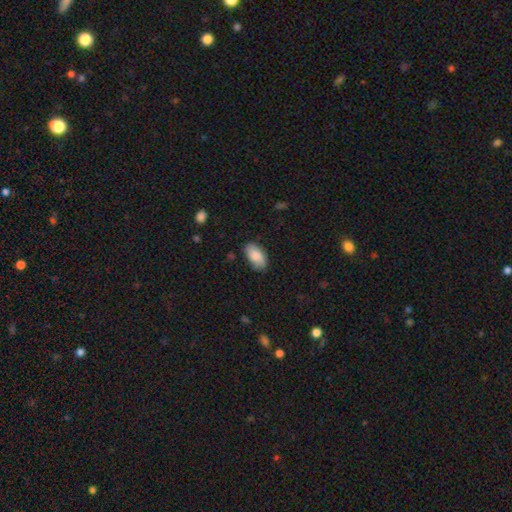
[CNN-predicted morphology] Smooth or featured? Predicted: smooth (p=0.85). How rounded? Predicted: in between (p=0.94). Merging? Predicted: none (p=0.81).